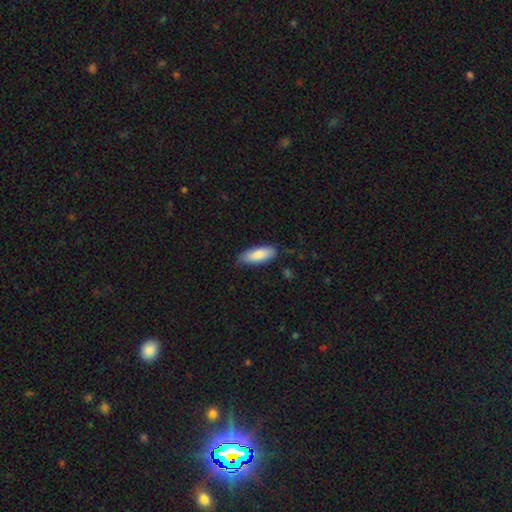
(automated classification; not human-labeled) A smooth galaxy with no disk features (85%) that is in between round and cigar-shaped (68%). Merging: none (78%).